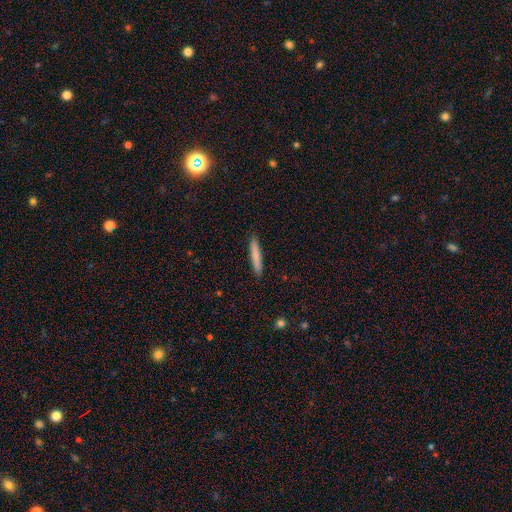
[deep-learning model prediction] This is likely a smooth galaxy (79%). How rounded: clearly cigar-shaped (94%). Merging: clearly none (91%).